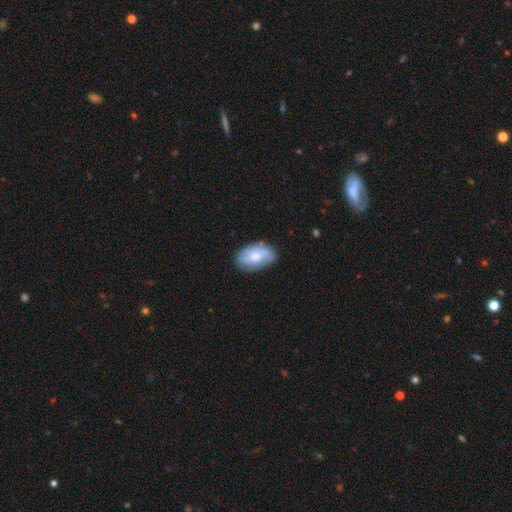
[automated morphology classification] smooth 54%, featured or disk 40%, star or artifact 7%. Down the decision tree: how rounded — in between (91%); merging — none (68%).